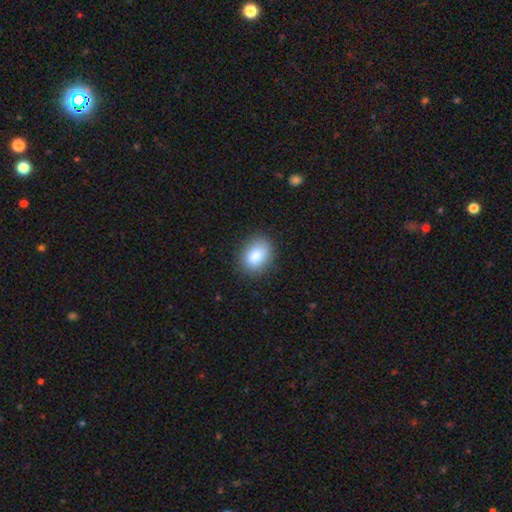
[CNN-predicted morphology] The model was most divided on "how rounded": in between: 68%, round: 31%, cigar-shaped: 1%. More confident: smooth or featured — smooth (86%); merging — none (84%).